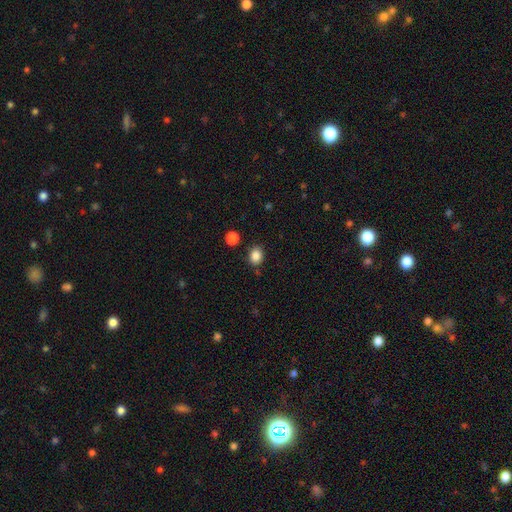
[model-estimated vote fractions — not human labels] Q: Smooth or featured?
A: smooth (86%); runner-up: star or artifact (10%)
Q: How rounded?
A: round (52%); runner-up: in between (47%)
Q: Merging?
A: none (81%); runner-up: minor disturbance (11%)